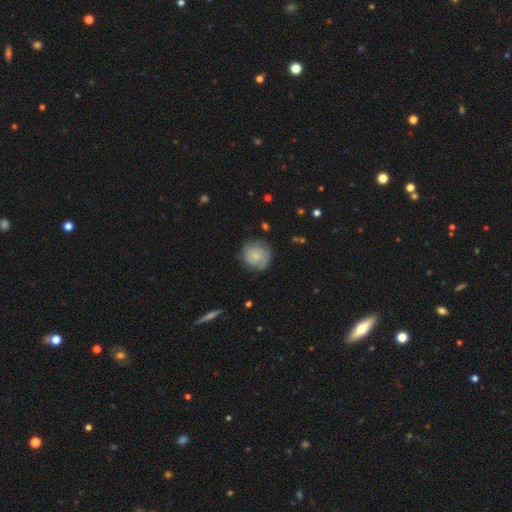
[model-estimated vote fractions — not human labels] This is likely a smooth galaxy (61%). How rounded: clearly round (87%). Merging: likely none (74%).